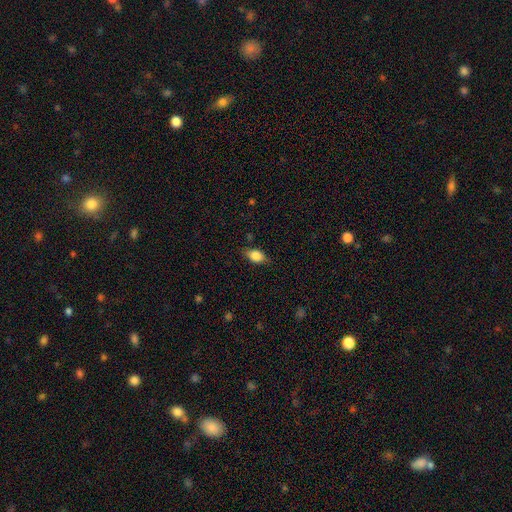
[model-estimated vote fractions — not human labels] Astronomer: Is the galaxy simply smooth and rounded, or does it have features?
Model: smooth — 80%.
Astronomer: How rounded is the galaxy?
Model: in between — 83%.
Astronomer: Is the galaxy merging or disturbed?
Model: none — 79%.